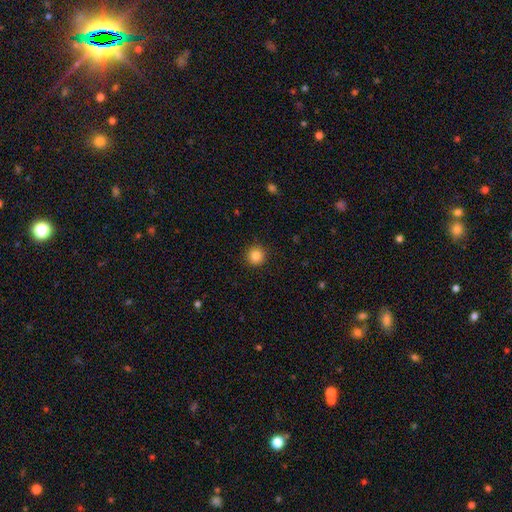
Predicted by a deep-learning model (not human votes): A smooth galaxy with no disk features (86%) that is round (94%). Merging: none (92%).